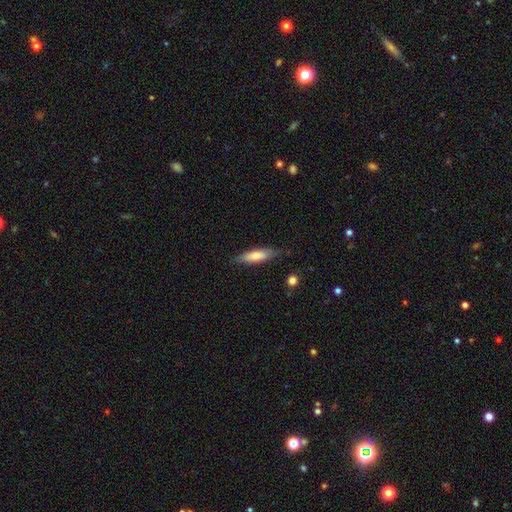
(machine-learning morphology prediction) smooth 67%, featured or disk 27%, star or artifact 6%. Down the decision tree: how rounded — cigar-shaped (62%); merging — none (80%).